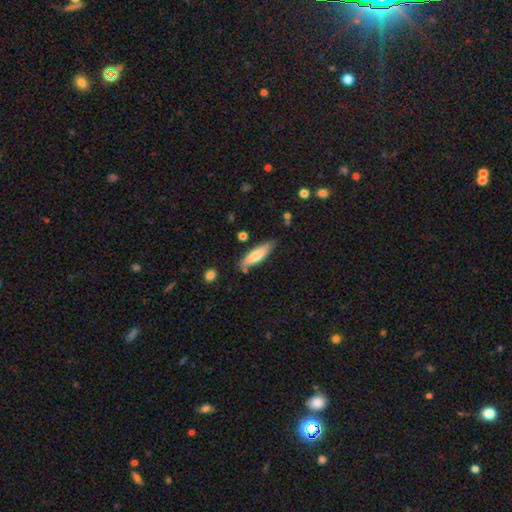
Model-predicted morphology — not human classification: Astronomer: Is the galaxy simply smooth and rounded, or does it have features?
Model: smooth — 71%.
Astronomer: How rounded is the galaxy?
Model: cigar-shaped — 68%.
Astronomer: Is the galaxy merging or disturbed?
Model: none — 79%.